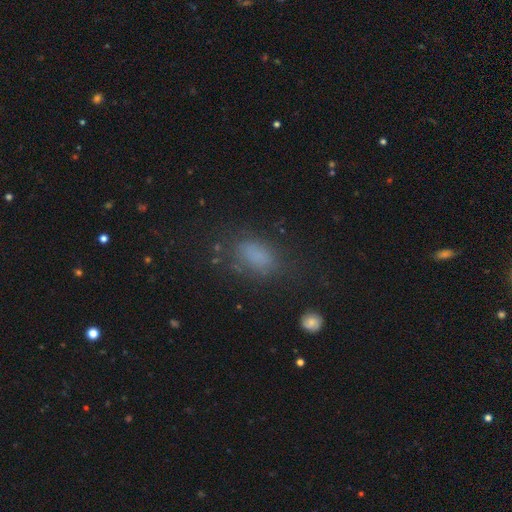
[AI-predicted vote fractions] Smooth or featured: smooth — 74% (star or artifact — 15%)
How rounded: in between — 85% (round — 11%)
Merging: none — 66% (minor disturbance — 19%)